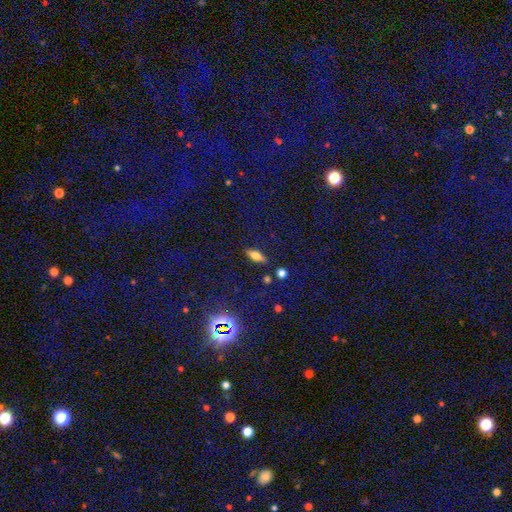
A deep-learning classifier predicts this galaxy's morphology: smooth-or-featured: smooth: 60% | featured or disk: 28% | star or artifact: 12%
  how-rounded: in between: 62% | cigar-shaped: 33% | round: 5%
  merging: none: 86% | minor disturbance: 9% | major disturbance: 3% | merger: 2%